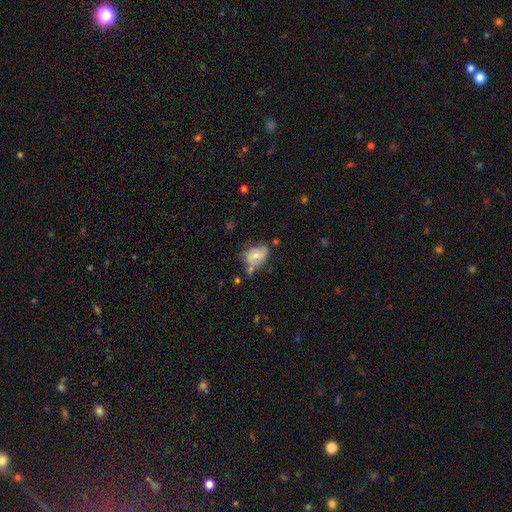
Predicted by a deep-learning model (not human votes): A smooth galaxy with no disk features (50%). Merging: none (40%).